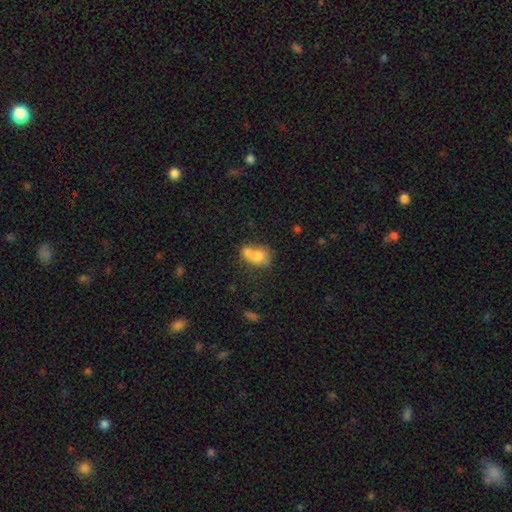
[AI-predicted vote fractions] This is likely a smooth galaxy (71%). How rounded: likely in between (66%). Merging: possibly merger (51%).